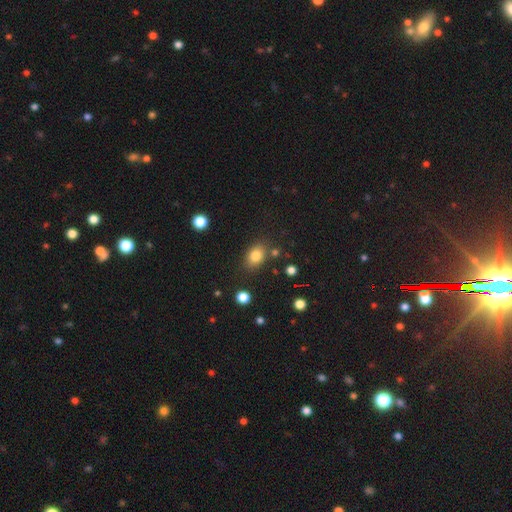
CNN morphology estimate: The model was most divided on "how rounded": in between: 72%, round: 27%, cigar-shaped: 2%. More confident: smooth or featured — smooth (81%); merging — none (77%).